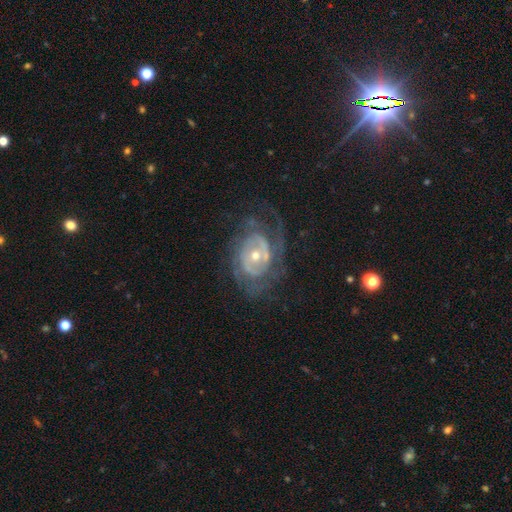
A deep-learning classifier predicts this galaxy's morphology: The model was most divided on "bulge size": moderate: 49%, small: 47%, large: 2%, none: 1%, dominant: 1%. Remaining: edge-on disk — no (97%); spiral arms — yes (89%); smooth or featured — featured or disk (86%); bar — no (67%); spiral winding — tight (60%); merging — none (59%); spiral arm count — 2 (35%).